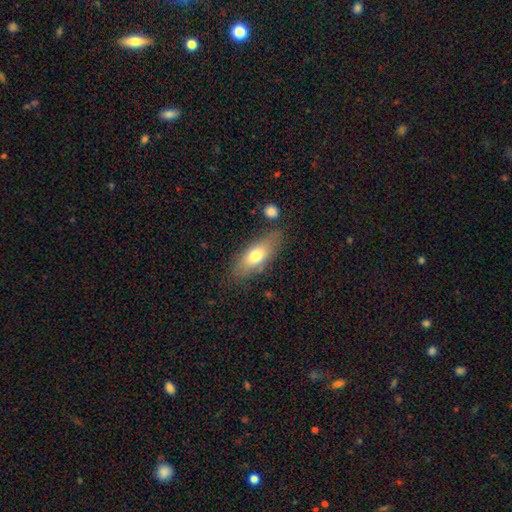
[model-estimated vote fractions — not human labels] Q: Smooth or featured?
A: smooth (70%); runner-up: featured or disk (24%)
Q: How rounded?
A: in between (76%); runner-up: cigar-shaped (21%)
Q: Merging?
A: none (72%); runner-up: minor disturbance (18%)